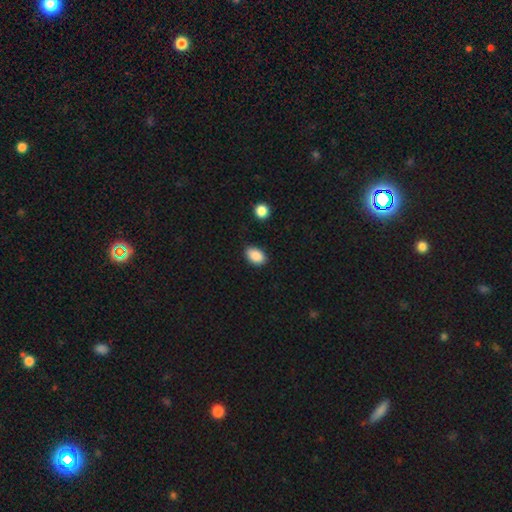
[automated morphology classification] Q: Smooth or featured?
A: smooth (89%); runner-up: star or artifact (8%)
Q: How rounded?
A: in between (88%); runner-up: round (11%)
Q: Merging?
A: none (85%); runner-up: minor disturbance (11%)